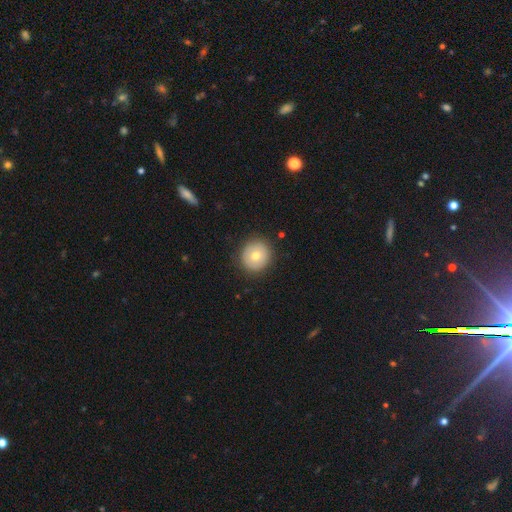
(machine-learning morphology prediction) A smooth galaxy with no disk features (71%) that is round (93%).

Vote fractions:
- Smooth or featured? smooth: 71% / featured or disk: 20% / star or artifact: 9%
- How rounded? round: 93% / in between: 6% / cigar-shaped: 1%
- Merging? none: 89% / minor disturbance: 7% / major disturbance: 2% / merger: 1%